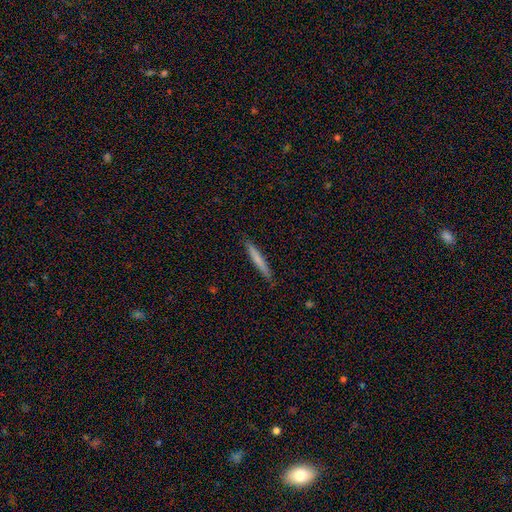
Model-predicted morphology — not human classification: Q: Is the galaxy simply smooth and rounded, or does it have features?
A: smooth — 65%.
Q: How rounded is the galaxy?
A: cigar-shaped — 96%.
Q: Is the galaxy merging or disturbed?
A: none — 91%.